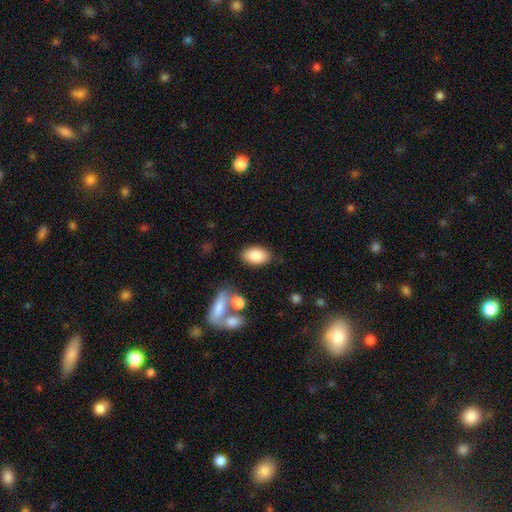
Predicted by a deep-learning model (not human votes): smooth-or-featured: smooth: 84% | featured or disk: 9% | star or artifact: 7%
  how-rounded: in between: 93% | round: 5% | cigar-shaped: 2%
  merging: none: 83% | minor disturbance: 10% | merger: 4% | major disturbance: 3%